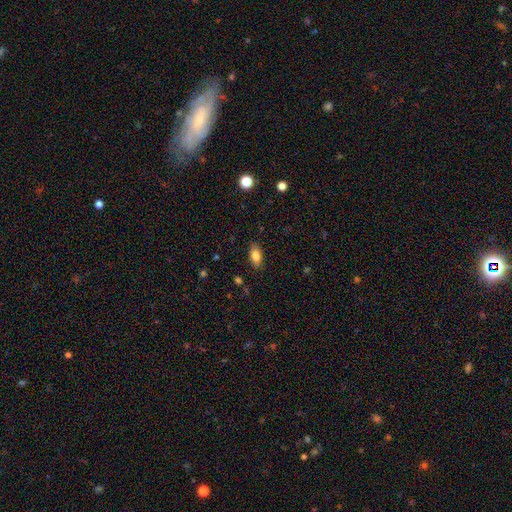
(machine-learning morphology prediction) Smooth or featured? smooth (84%)
How rounded? in between (89%)
Merging? none (85%)